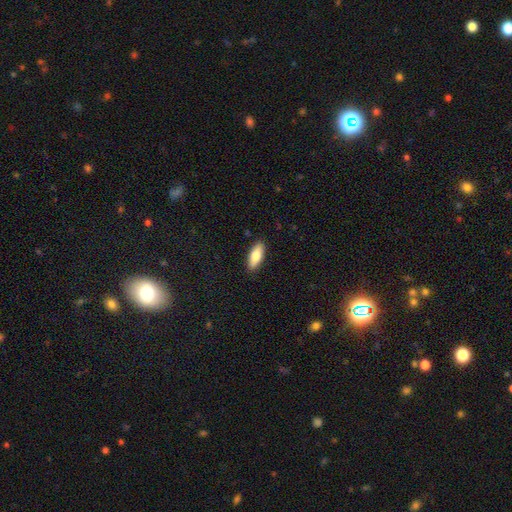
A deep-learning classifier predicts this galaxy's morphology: The model was most divided on "how rounded": in between: 74%, cigar-shaped: 24%, round: 2%. More confident: merging — none (90%); smooth or featured — smooth (78%).